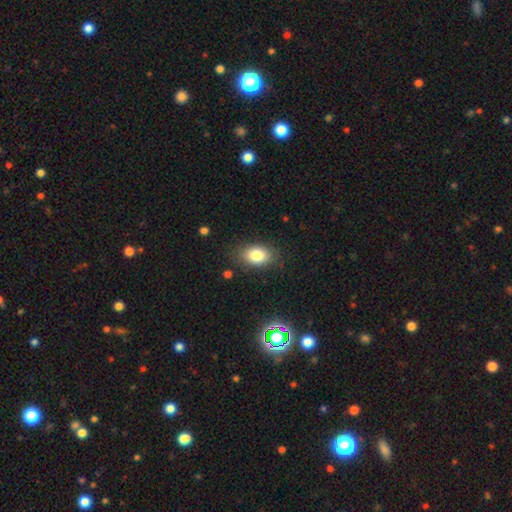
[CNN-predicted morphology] Overall: smooth (81%). How rounded: in between (83%). Merging: none (85%).